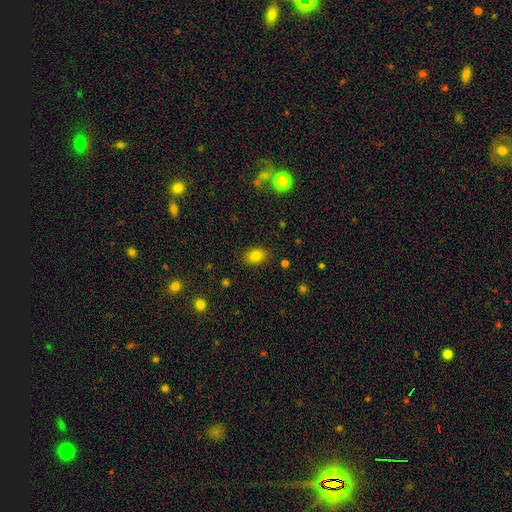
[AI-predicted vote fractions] Q: Smooth or featured?
A: smooth (82%); runner-up: star or artifact (12%)
Q: How rounded?
A: in between (71%); runner-up: round (28%)
Q: Merging?
A: none (86%); runner-up: minor disturbance (10%)